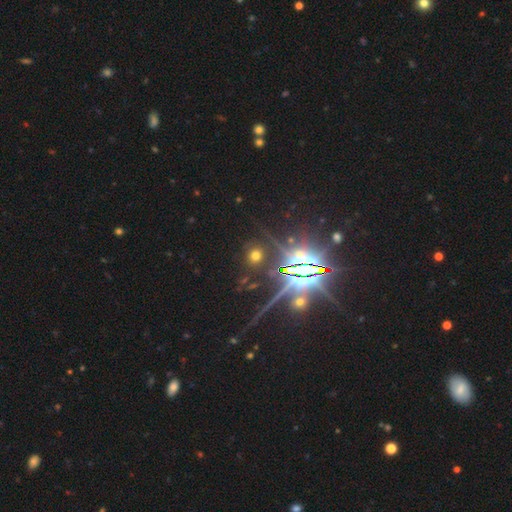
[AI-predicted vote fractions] A smooth galaxy with no disk features (50%) that is round (81%). Merging: none (85%).